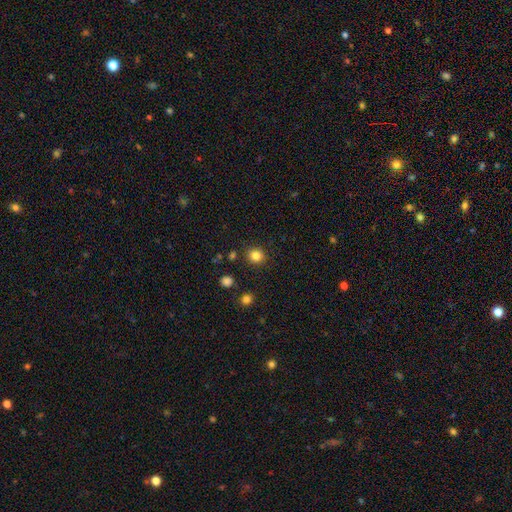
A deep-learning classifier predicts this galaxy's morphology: Smooth or featured? Predicted: smooth (p=0.83). How rounded? Predicted: round (p=0.87). Merging? Predicted: none (p=0.89).